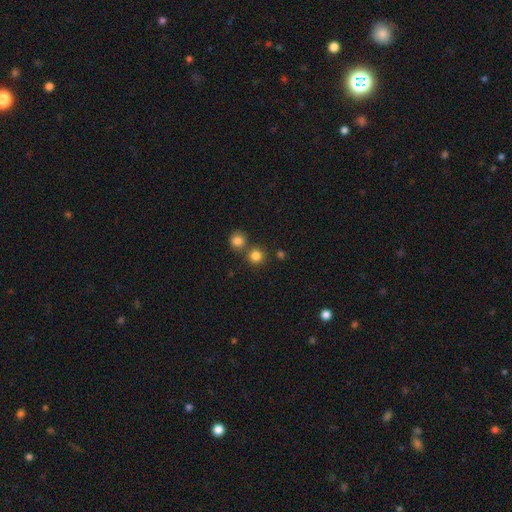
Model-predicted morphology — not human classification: smooth 82%, star or artifact 12%, featured or disk 5%. Down the decision tree: how rounded — round (92%); merging — none (68%).